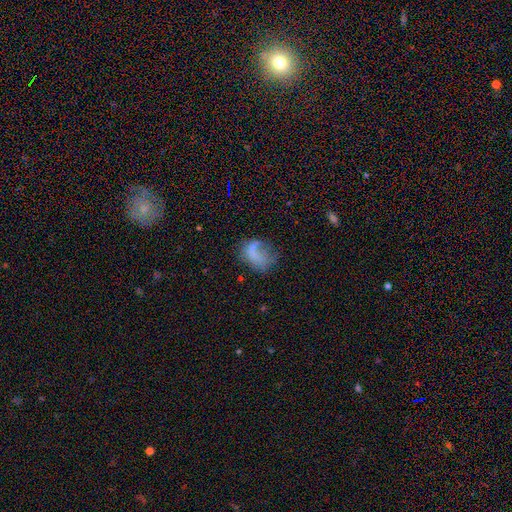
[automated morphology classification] type=smooth (57%); roundness=in between (69%); merging=major disturbance (37%).